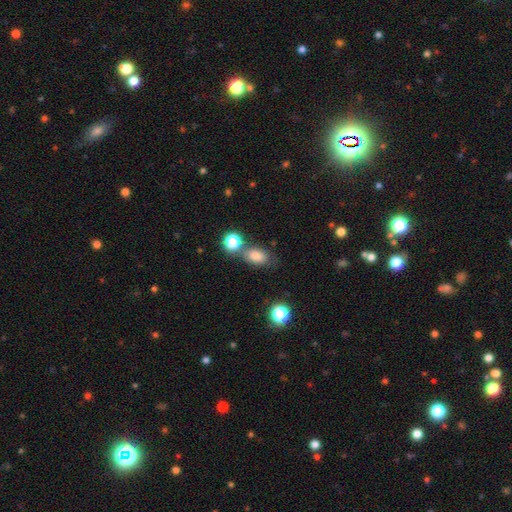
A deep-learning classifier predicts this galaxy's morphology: Q: Smooth or featured?
A: smooth (78%); runner-up: star or artifact (12%)
Q: How rounded?
A: in between (80%); runner-up: round (18%)
Q: Merging?
A: none (58%); runner-up: merger (21%)